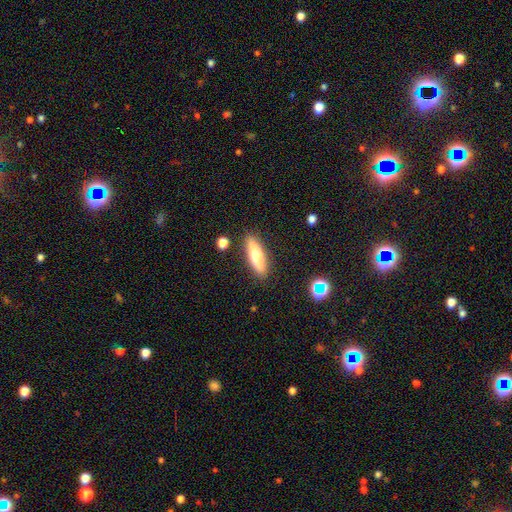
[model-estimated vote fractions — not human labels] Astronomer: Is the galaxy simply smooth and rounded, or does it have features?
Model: smooth — 62%.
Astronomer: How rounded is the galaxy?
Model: cigar-shaped — 60% (runner-up: in between, 38%).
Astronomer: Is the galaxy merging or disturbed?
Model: none — 85%.